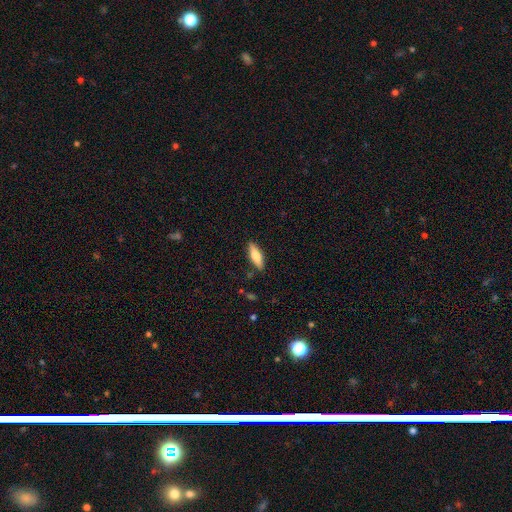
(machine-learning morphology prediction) Smooth or featured? smooth (59%)
How rounded? cigar-shaped (51%)
Merging? none (88%)